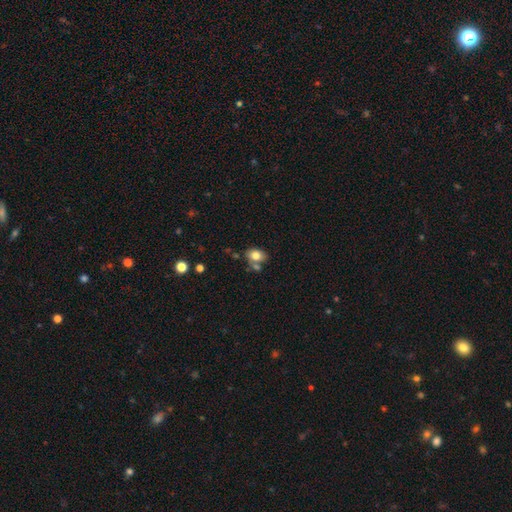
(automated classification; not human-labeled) Smooth or featured? smooth (79%)
How rounded? in between (67%)
Merging? none (58%)